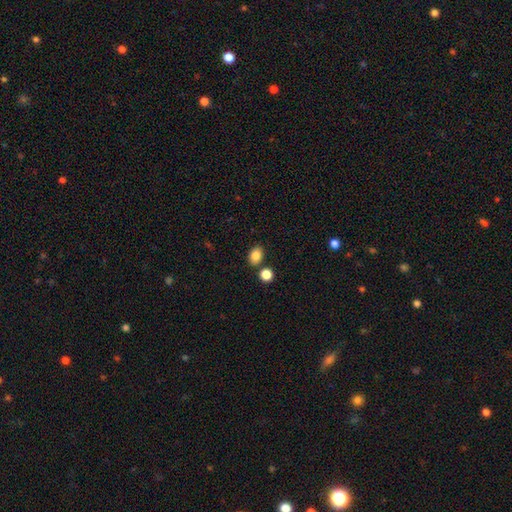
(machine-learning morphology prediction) Smooth or featured? Predicted: smooth (p=0.85). How rounded? Predicted: in between (p=0.70). Merging? Predicted: none (p=0.77).